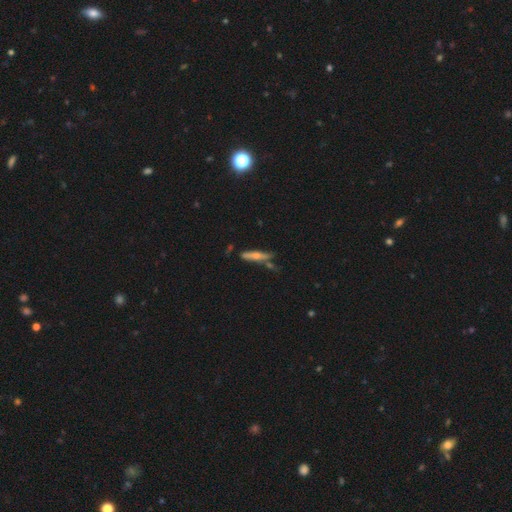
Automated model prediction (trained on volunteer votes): smooth-or-featured: featured or disk: 50% | smooth: 43% | star or artifact: 7%
  merging: none: 68% | minor disturbance: 18% | merger: 10% | major disturbance: 4%